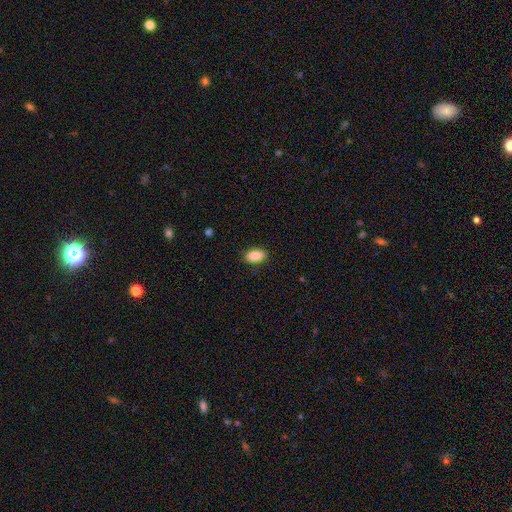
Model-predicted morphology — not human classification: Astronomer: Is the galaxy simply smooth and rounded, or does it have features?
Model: smooth — 88%.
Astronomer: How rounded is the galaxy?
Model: in between — 92%.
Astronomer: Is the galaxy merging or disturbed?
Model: none — 85%.